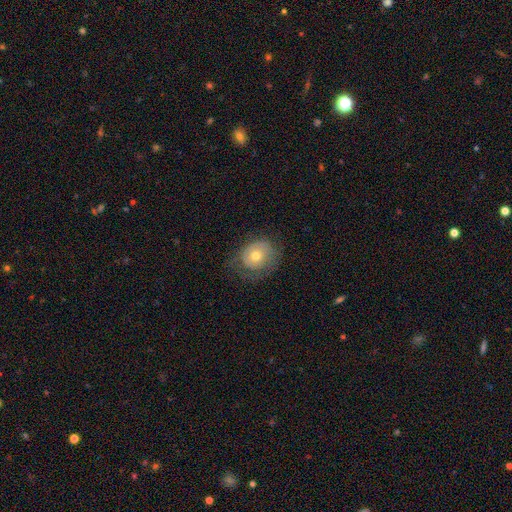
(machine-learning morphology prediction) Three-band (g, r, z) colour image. It shows a smooth galaxy with no disk features (58%) that is round (65%). Merging: none (59%).